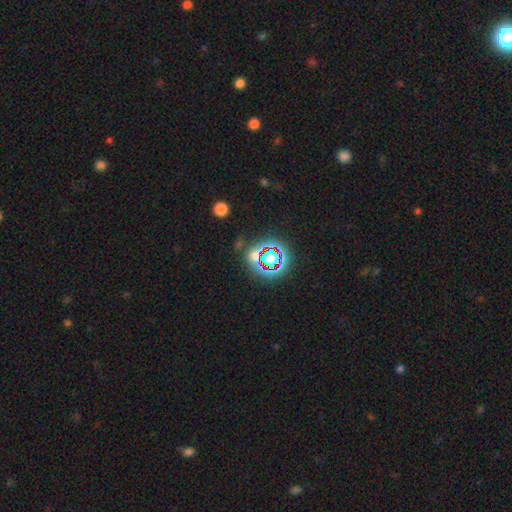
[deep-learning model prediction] Smooth or featured? star or artifact (65%)